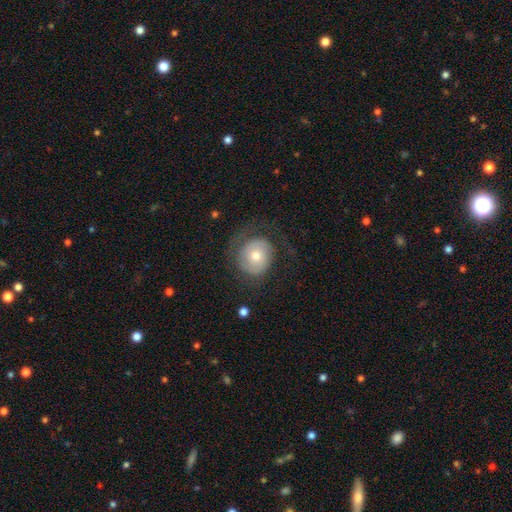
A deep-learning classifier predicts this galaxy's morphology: Overall: featured or disk (49%; smooth 43%). Merging: none (60%; major disturbance 21%).